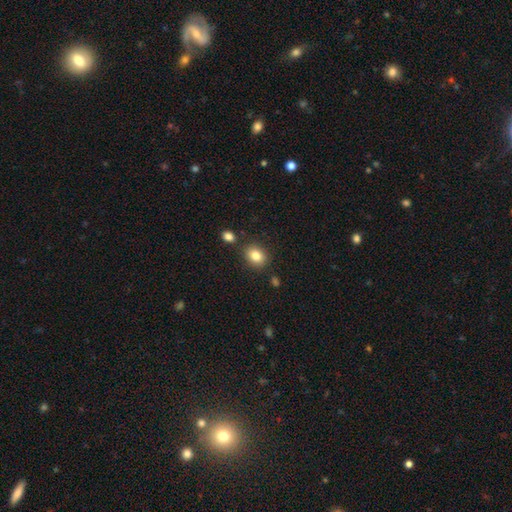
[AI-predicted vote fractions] smooth 84%, star or artifact 9%, featured or disk 6%. Down the decision tree: how rounded — in between (54%); merging — none (82%).